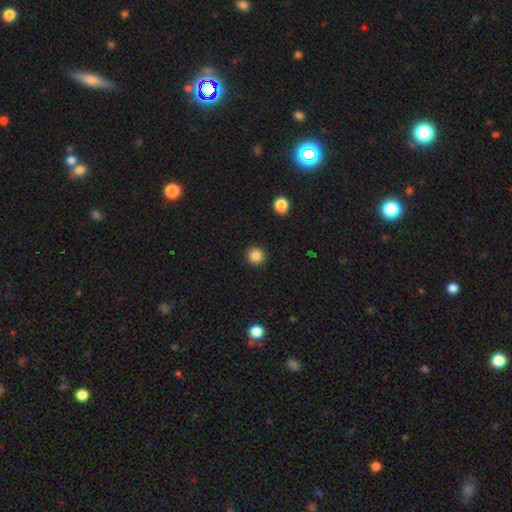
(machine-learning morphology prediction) smooth 86%, star or artifact 10%, featured or disk 4%. Down the decision tree: how rounded — round (94%); merging — none (93%).